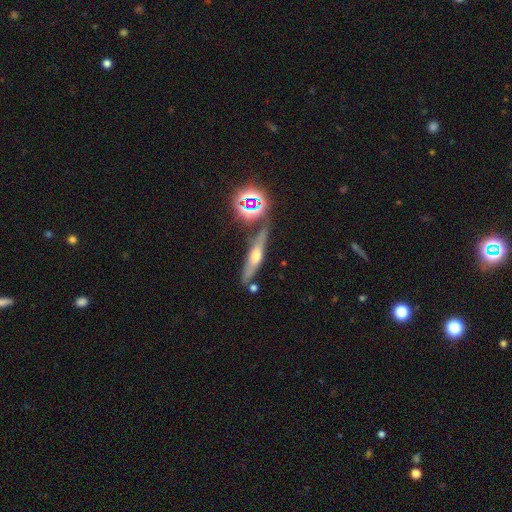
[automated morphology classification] A featured or disk galaxy (50%).

Vote fractions:
- Smooth or featured? featured or disk: 50% / smooth: 34% / star or artifact: 17%
- Merging? none: 74% / minor disturbance: 13% / merger: 9% / major disturbance: 4%